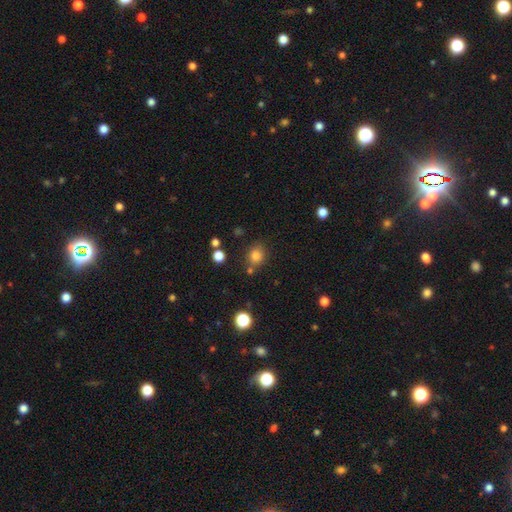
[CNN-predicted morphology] smooth_or_featured: smooth (p=0.81) [alt: star or artifact p=0.13]
how_rounded: round (p=0.74) [alt: in between p=0.25]
merging: none (p=0.74) [alt: minor disturbance p=0.13]